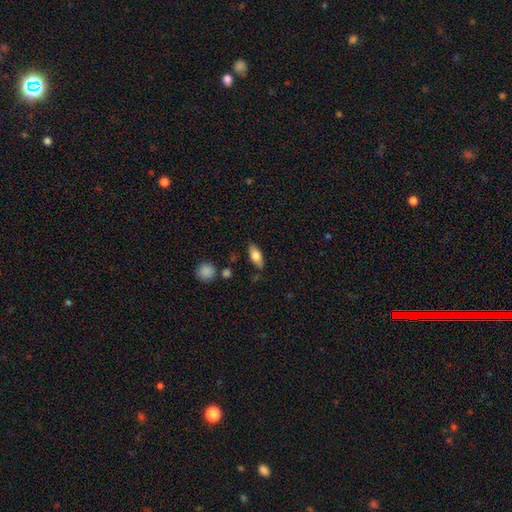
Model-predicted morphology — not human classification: smooth 75%, featured or disk 18%, star or artifact 7%. Down the decision tree: how rounded — in between (83%); merging — none (82%).